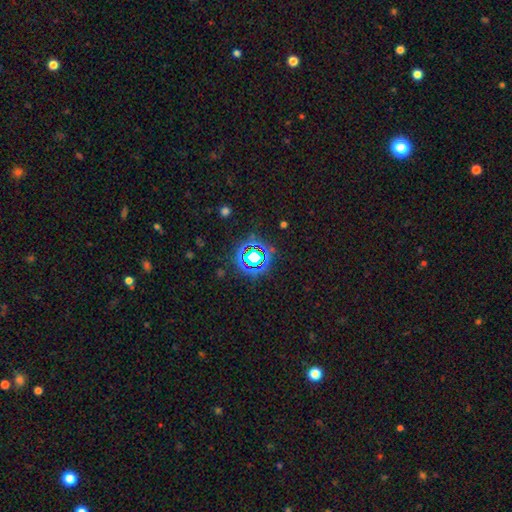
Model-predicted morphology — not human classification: This appears to be a star or artifact, not a galaxy (72%).